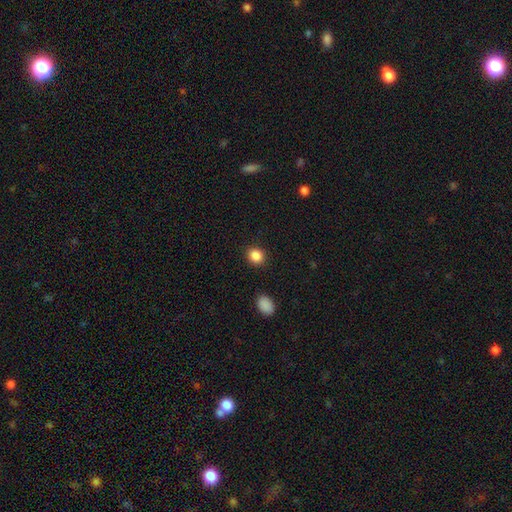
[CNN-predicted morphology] A smooth galaxy with no disk features (87%) that is round (75%). Merging: none (90%).